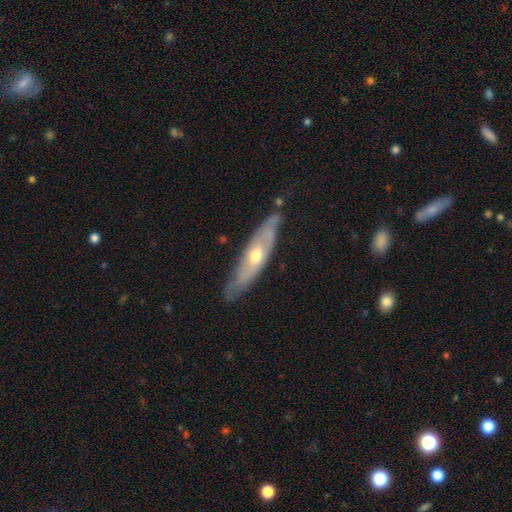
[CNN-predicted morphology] A featured or disk galaxy (65%) viewed edge-on (52%).

Vote fractions:
- Smooth or featured? featured or disk: 65% / smooth: 29% / star or artifact: 6%
- Edge-on disk? yes: 52% / no: 48%
- Merging? none: 71% / minor disturbance: 22% / major disturbance: 5% / merger: 2%